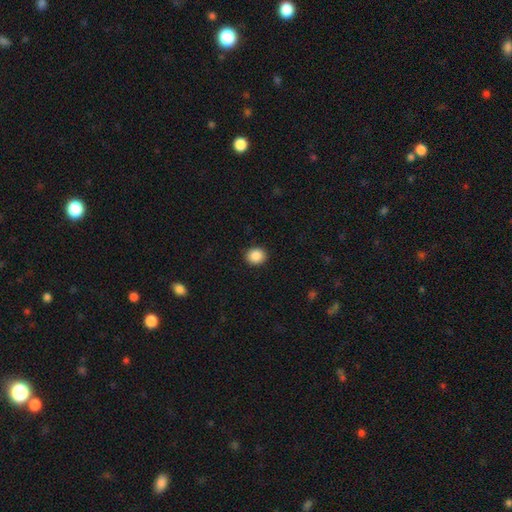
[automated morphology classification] Q: Smooth or featured?
A: smooth (88%); runner-up: star or artifact (9%)
Q: How rounded?
A: round (80%); runner-up: in between (20%)
Q: Merging?
A: none (92%); runner-up: minor disturbance (6%)